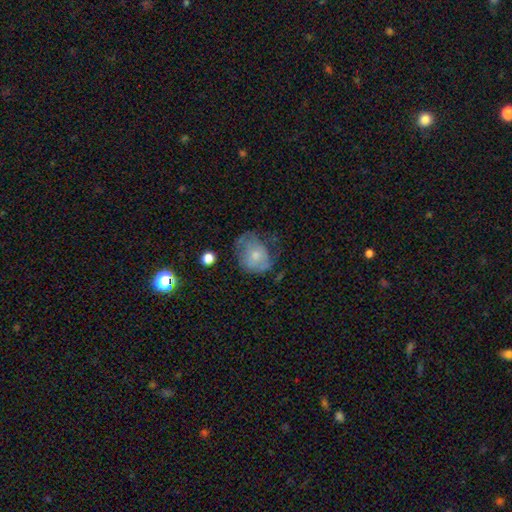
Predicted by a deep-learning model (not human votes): A smooth galaxy with no disk features (60%) that is round (56%).

Vote fractions:
- Smooth or featured? smooth: 60% / featured or disk: 31% / star or artifact: 9%
- How rounded? round: 56% / in between: 43% / cigar-shaped: 1%
- Merging? none: 40% / minor disturbance: 32% / major disturbance: 25% / merger: 3%